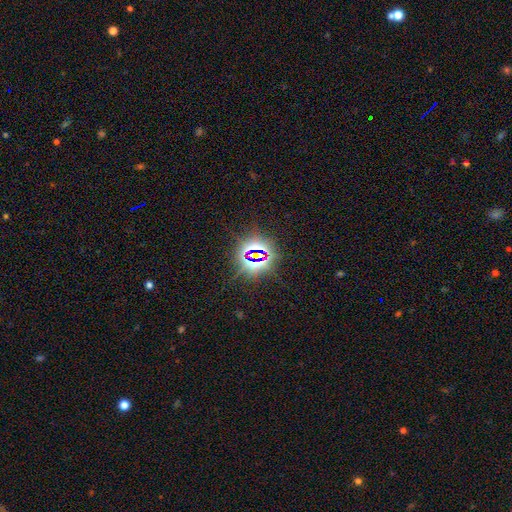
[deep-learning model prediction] star or artifact 79%, smooth 14%, featured or disk 8%.